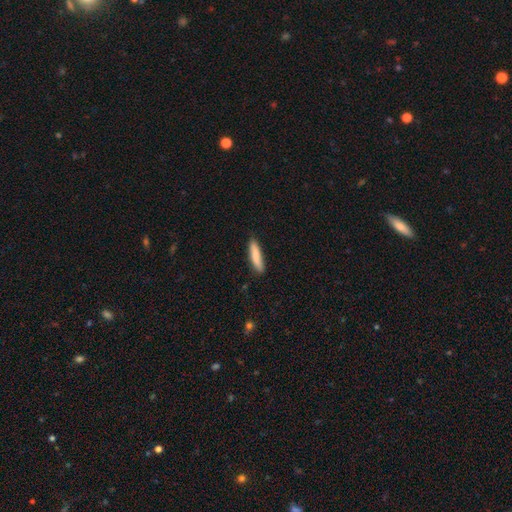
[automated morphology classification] type=smooth (81%); roundness=cigar-shaped (81%); merging=none (86%).